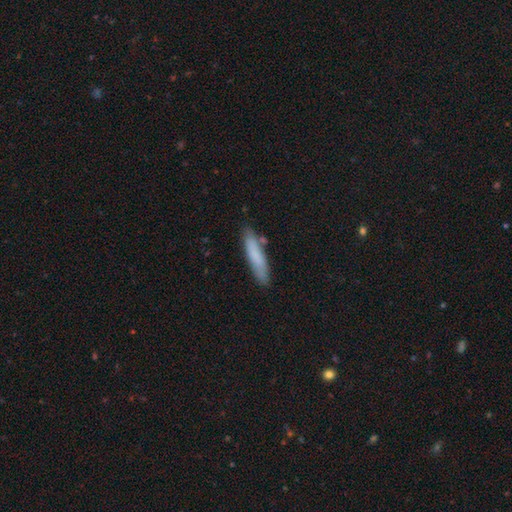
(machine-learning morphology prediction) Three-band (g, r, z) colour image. It shows a smooth galaxy with no disk features (76%) that is cigar-shaped (83%). Merging: none (78%).